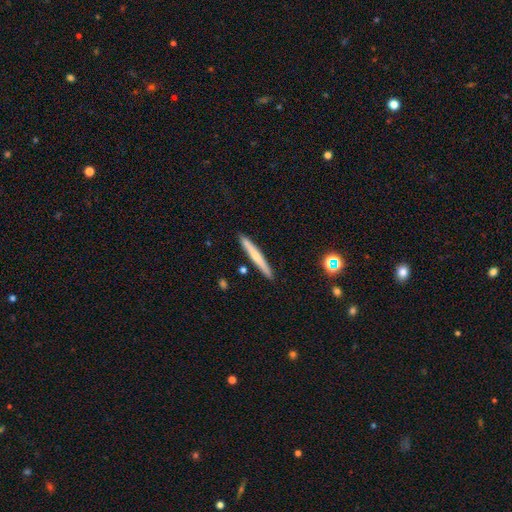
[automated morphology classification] Q: Smooth or featured?
A: smooth (54%); runner-up: featured or disk (39%)
Q: How rounded?
A: cigar-shaped (96%); runner-up: in between (3%)
Q: Merging?
A: none (89%); runner-up: minor disturbance (7%)